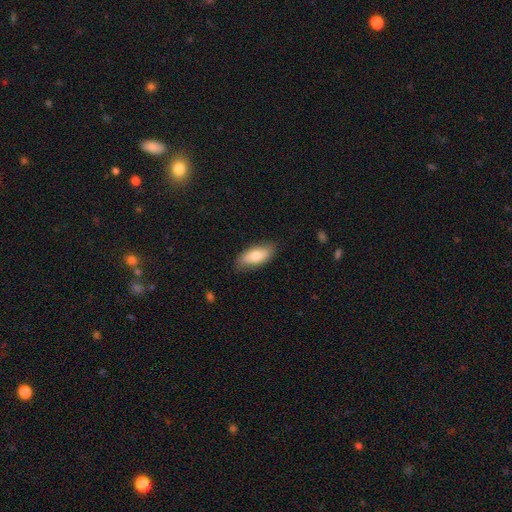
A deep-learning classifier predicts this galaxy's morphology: This is likely a smooth galaxy (77%). How rounded: clearly in between (82%). Merging: clearly none (81%).